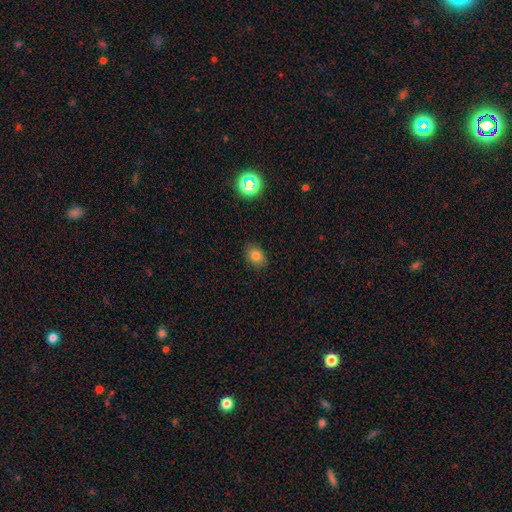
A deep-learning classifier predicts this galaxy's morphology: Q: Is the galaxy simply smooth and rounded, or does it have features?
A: smooth — 80%.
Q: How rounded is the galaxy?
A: in between — 64%.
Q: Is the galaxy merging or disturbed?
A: none — 87%.